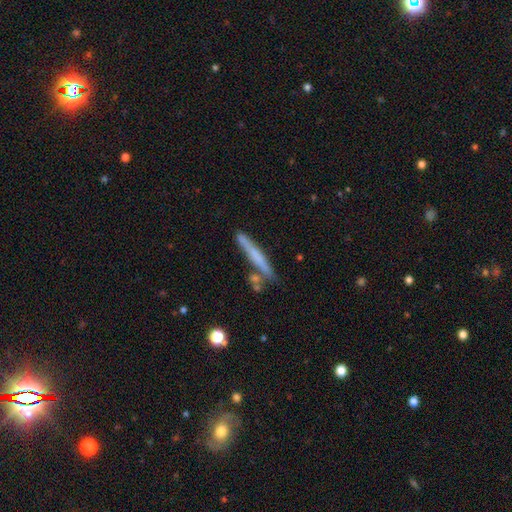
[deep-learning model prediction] Smooth or featured? smooth (53%)
How rounded? cigar-shaped (96%)
Merging? none (78%)